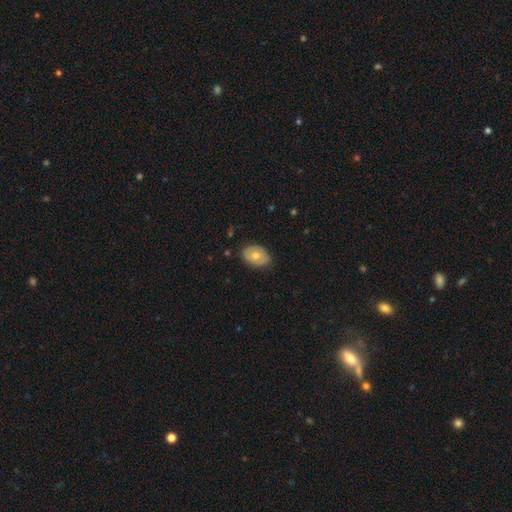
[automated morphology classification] smooth 55%, featured or disk 39%, star or artifact 6%. Down the decision tree: how rounded — in between (82%); merging — none (80%).